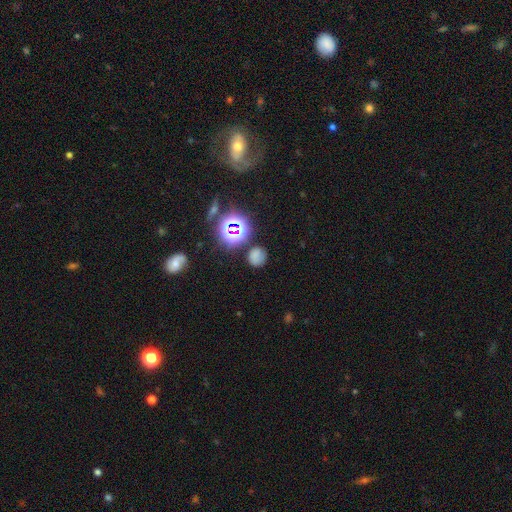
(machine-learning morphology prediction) Smooth or featured? Predicted: smooth (p=0.65). How rounded? Predicted: round (p=0.78). Merging? Predicted: none (p=0.75).